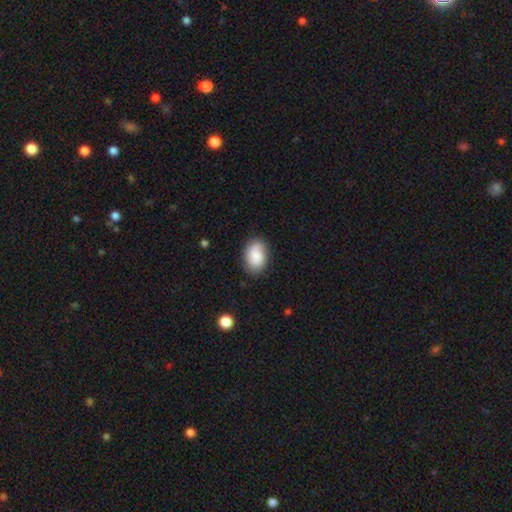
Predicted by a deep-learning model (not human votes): This appears to be a smooth galaxy with no disk features (80%) that is in between round and cigar-shaped (82%). Merging: none (77%).